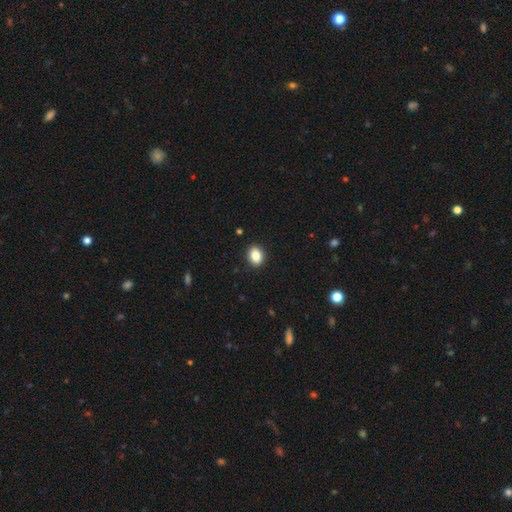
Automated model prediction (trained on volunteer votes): The model was most divided on "how rounded": in between: 62%, round: 37%, cigar-shaped: 1%. More confident: merging — none (91%); smooth or featured — smooth (85%).